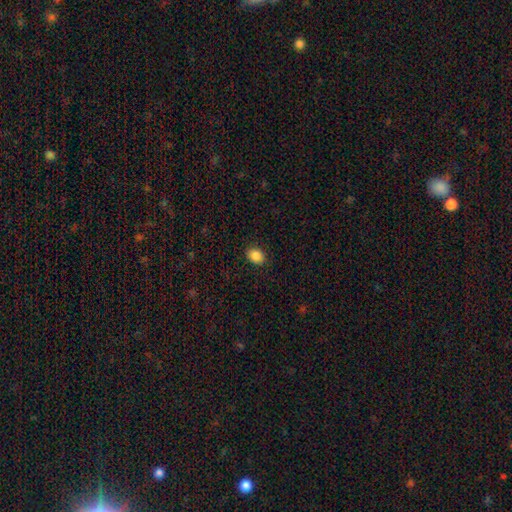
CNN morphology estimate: A smooth galaxy with no disk features (87%) that is in between round and cigar-shaped (60%). Merging: none (88%).